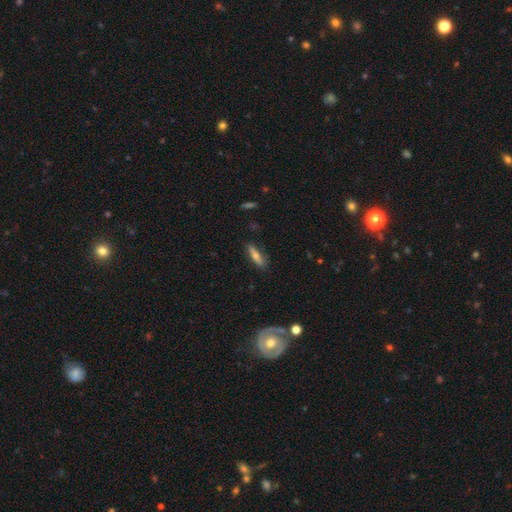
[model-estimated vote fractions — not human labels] This is possibly a smooth galaxy (60%). How rounded: likely cigar-shaped (72%). Merging: clearly none (82%).